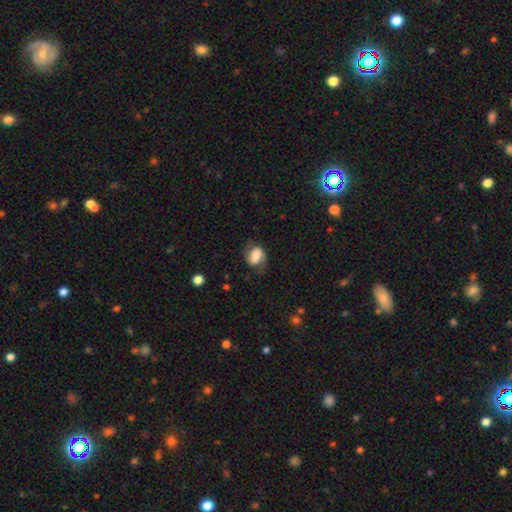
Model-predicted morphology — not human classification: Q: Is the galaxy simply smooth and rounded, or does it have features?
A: smooth — 57%.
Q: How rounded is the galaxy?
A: in between — 66%.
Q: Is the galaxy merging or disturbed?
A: none — 59%.